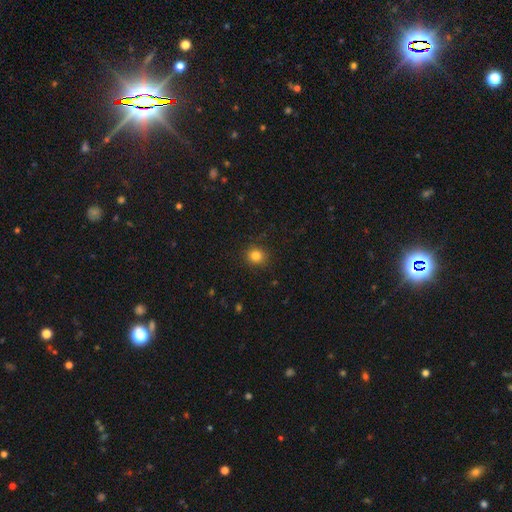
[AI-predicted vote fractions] smooth_or_featured: smooth (p=0.83) [alt: star or artifact p=0.12]
how_rounded: round (p=0.87) [alt: in between p=0.13]
merging: none (p=0.89) [alt: minor disturbance p=0.08]